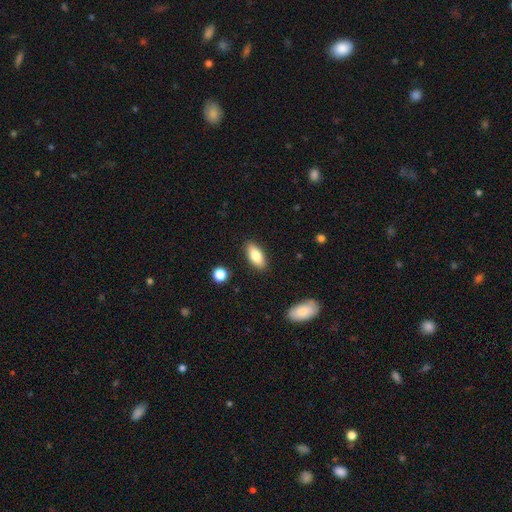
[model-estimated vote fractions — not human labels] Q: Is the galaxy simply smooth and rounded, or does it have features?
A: smooth — 79%.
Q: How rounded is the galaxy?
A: in between — 83%.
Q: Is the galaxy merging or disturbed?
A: none — 88%.